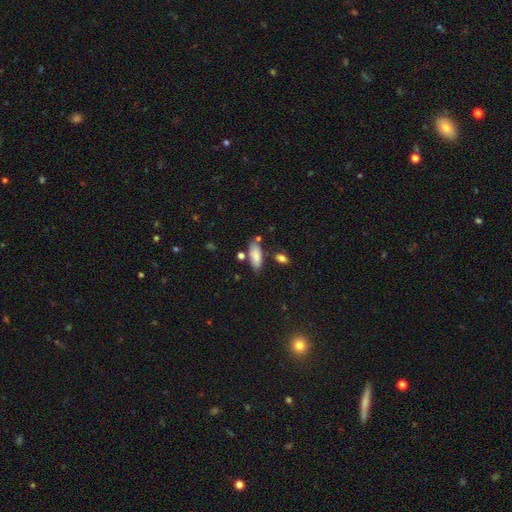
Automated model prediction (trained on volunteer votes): The model was most divided on "merging": none: 69%, minor disturbance: 18%, merger: 9%, major disturbance: 4%. More confident: smooth or featured — smooth (83%); how rounded — in between (80%).